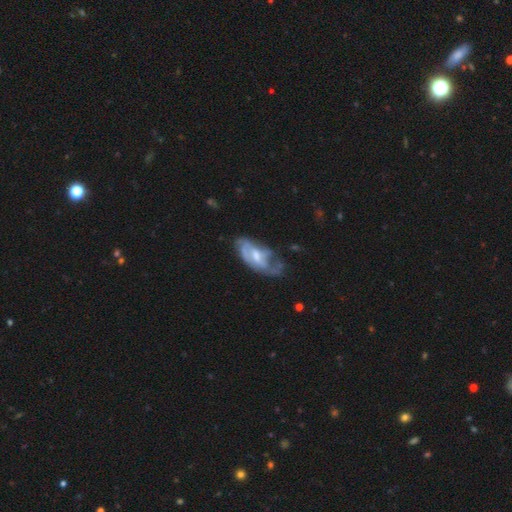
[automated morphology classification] type=featured or disk (67%); edge-on=no (93%); bar=weak (48%); spiral arms=yes (71%); bulge=moderate (52%); merging=none (35%).